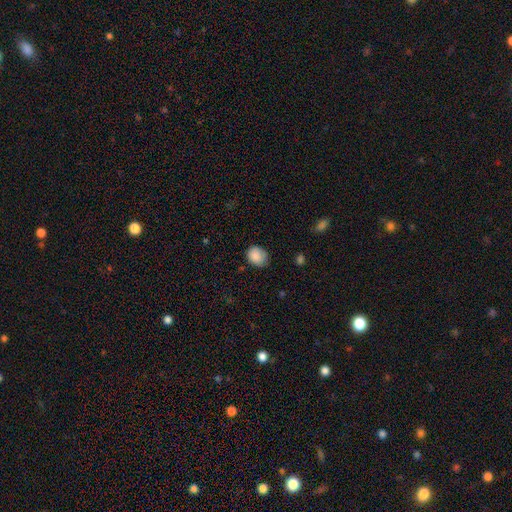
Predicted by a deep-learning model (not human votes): Q: Smooth or featured?
A: smooth (87%); runner-up: star or artifact (8%)
Q: How rounded?
A: in between (51%); runner-up: round (48%)
Q: Merging?
A: none (68%); runner-up: minor disturbance (26%)